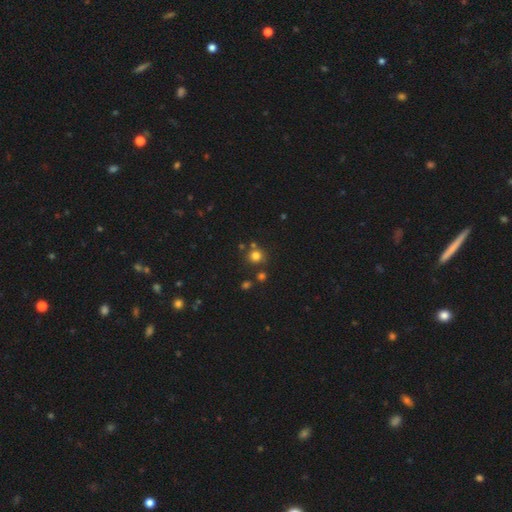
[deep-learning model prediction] Q: Smooth or featured?
A: smooth (77%); runner-up: star or artifact (17%)
Q: How rounded?
A: round (91%); runner-up: in between (8%)
Q: Merging?
A: none (77%); runner-up: merger (11%)